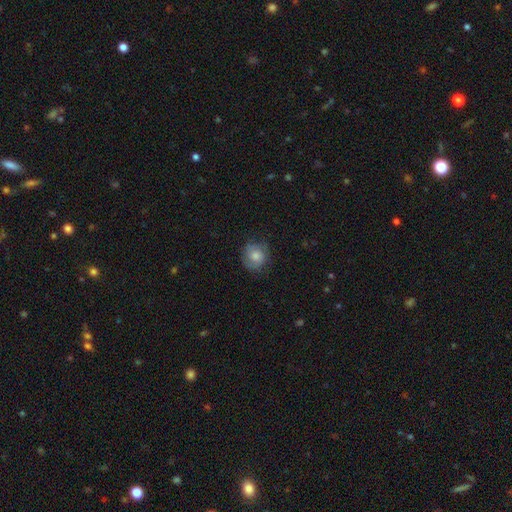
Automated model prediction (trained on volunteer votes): Smooth or featured?
  - smooth: 62% *
  - featured or disk: 30%
  - star or artifact: 8%
How rounded?
  - round: 84% *
  - in between: 15%
  - cigar-shaped: 1%
Merging?
  - none: 73% *
  - minor disturbance: 19%
  - major disturbance: 7%
  - merger: 1%